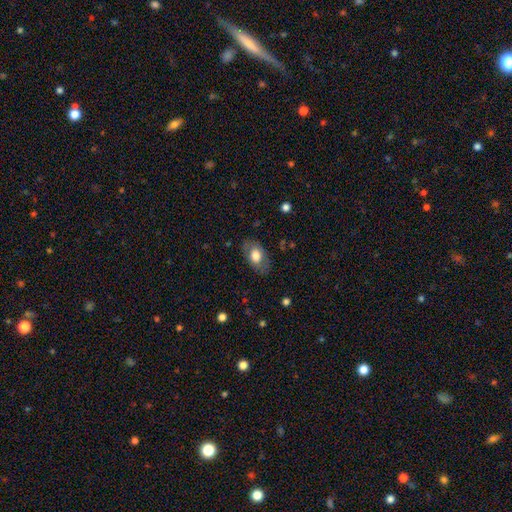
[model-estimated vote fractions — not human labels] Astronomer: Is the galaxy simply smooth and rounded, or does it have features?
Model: smooth — 67%.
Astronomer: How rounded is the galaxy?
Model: in between — 89%.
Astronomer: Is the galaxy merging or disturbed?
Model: none — 78%.